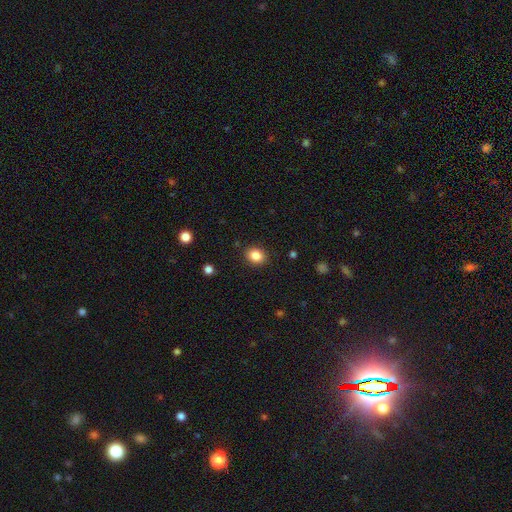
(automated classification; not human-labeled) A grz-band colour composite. It shows a smooth galaxy with no disk features (85%) that is round (53%). Merging: none (89%).